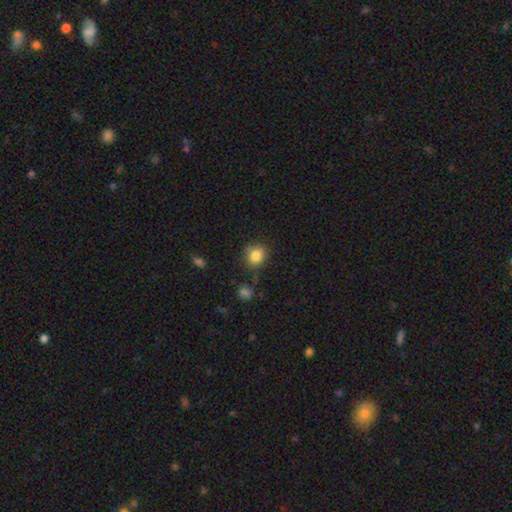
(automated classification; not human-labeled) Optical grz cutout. It shows a smooth galaxy with no disk features (83%) that is round (66%). Merging: none (73%).